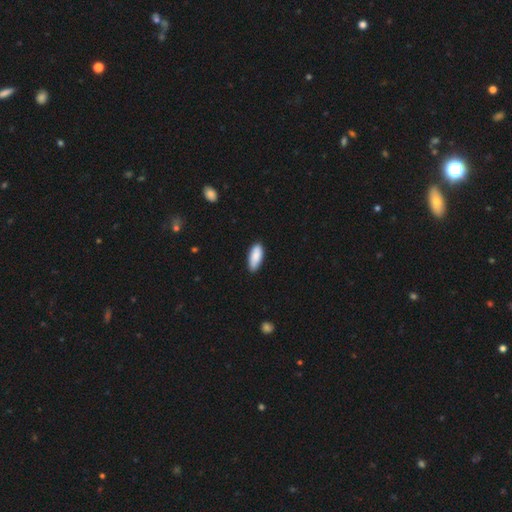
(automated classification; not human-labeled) smooth-or-featured: smooth: 87% | featured or disk: 7% | star or artifact: 6%
  how-rounded: in between: 80% | cigar-shaped: 19% | round: 2%
  merging: none: 83% | minor disturbance: 14% | major disturbance: 2% | merger: 1%